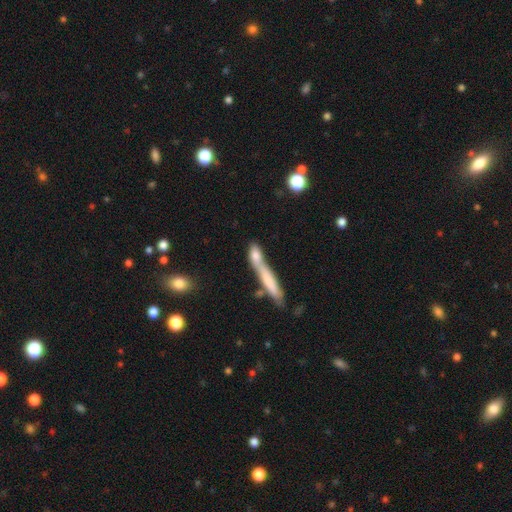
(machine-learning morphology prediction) This is likely a smooth galaxy (70%). How rounded: likely cigar-shaped (64%). Merging: possibly merger (53%).